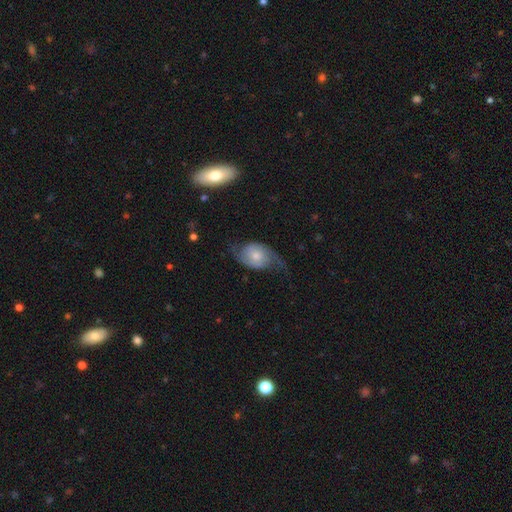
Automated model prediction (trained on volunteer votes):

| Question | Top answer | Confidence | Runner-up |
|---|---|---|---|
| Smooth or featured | featured or disk | 71% | smooth (22%) |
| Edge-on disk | no | 96% | yes (4%) |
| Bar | no | 70% | weak (25%) |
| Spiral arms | yes | 92% | no (8%) |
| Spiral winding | loose | 55% | medium (33%) |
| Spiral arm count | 2 | 89% | can't tell (5%) |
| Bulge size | moderate | 52% | small (33%) |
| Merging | none | 57% | minor disturbance (24%) |